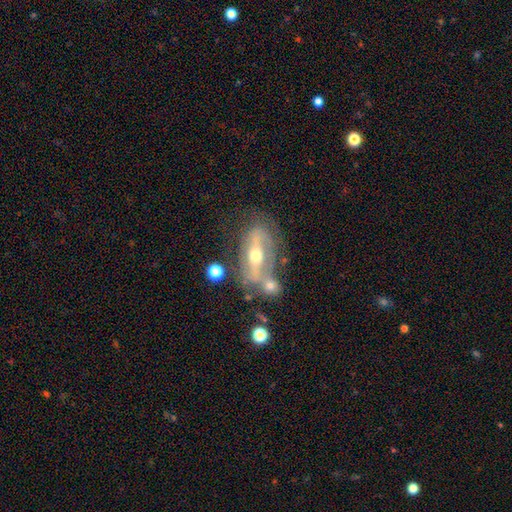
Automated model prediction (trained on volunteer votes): Smooth or featured?
  - featured or disk: 74% *
  - smooth: 19%
  - star or artifact: 7%
Edge-on disk?
  - no: 75% *
  - yes: 25%
Bar?
  - strong: 53% *
  - weak: 24%
  - no: 23%
Spiral arms?
  - yes: 55% *
  - no: 45%
Bulge size?
  - moderate: 71% *
  - small: 22%
  - large: 5%
  - none: 1%
  - dominant: 1%
Merging?
  - none: 49% *
  - minor disturbance: 20%
  - merger: 17%
  - major disturbance: 14%